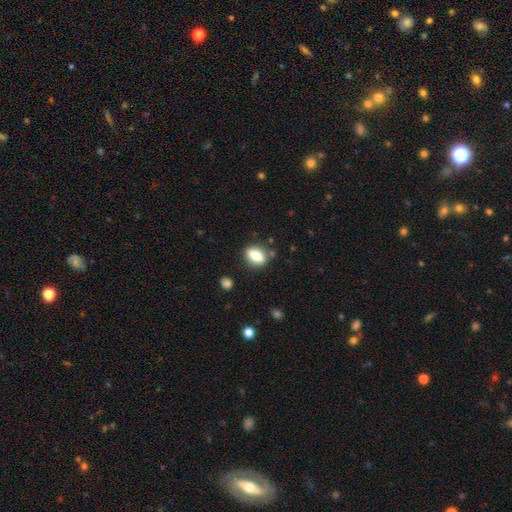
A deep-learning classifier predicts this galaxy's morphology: type=smooth (76%); roundness=in between (73%); merging=none (81%).